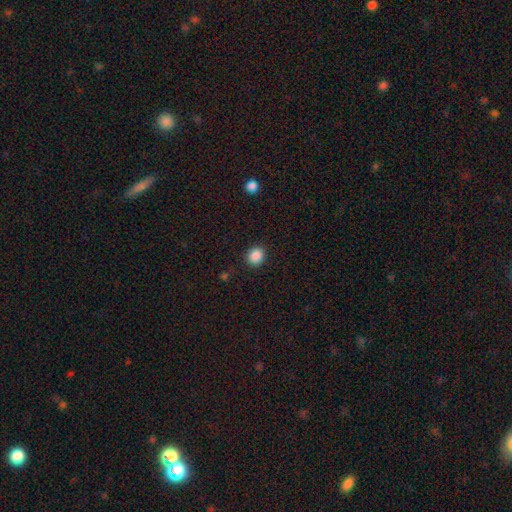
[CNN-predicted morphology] Smooth or featured? smooth (88%)
How rounded? round (76%)
Merging? none (89%)